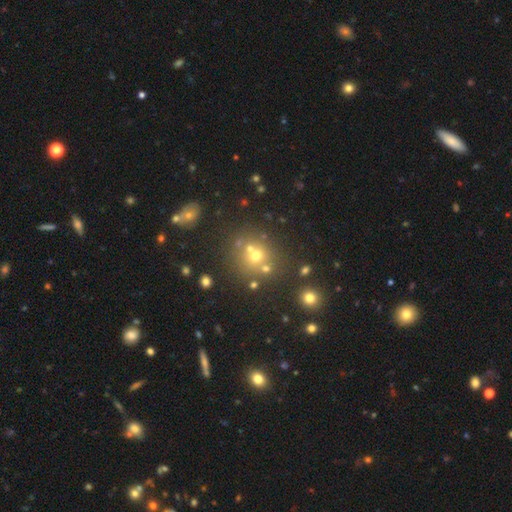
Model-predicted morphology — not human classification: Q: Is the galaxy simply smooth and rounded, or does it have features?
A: smooth — 56%.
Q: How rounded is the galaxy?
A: round — 84%.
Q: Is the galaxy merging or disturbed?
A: none — 59%.